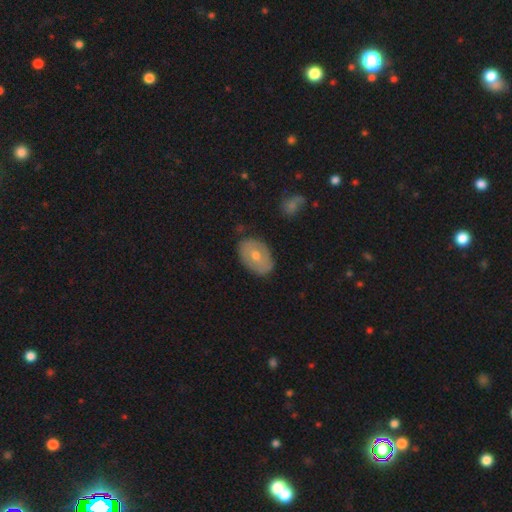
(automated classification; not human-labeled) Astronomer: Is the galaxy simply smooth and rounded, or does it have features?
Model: smooth — 48% (runner-up: featured or disk, 43%).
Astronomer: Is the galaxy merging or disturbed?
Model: none — 81%.